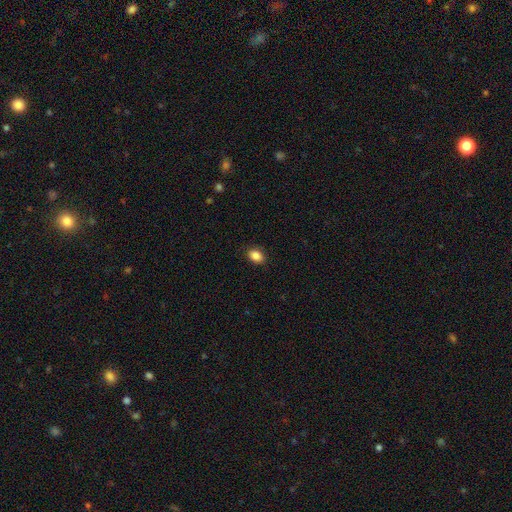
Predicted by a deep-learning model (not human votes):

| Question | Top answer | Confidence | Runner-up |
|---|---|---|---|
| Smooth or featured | smooth | 87% | star or artifact (9%) |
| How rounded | in between | 75% | round (24%) |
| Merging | none | 88% | minor disturbance (9%) |